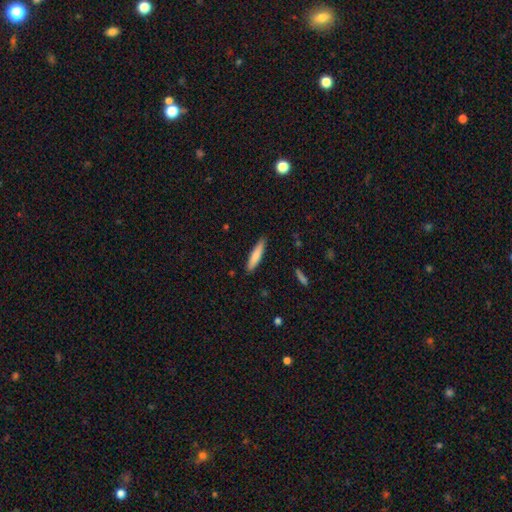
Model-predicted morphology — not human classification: smooth 79%, featured or disk 15%, star or artifact 6%. Down the decision tree: how rounded — cigar-shaped (85%); merging — none (88%).